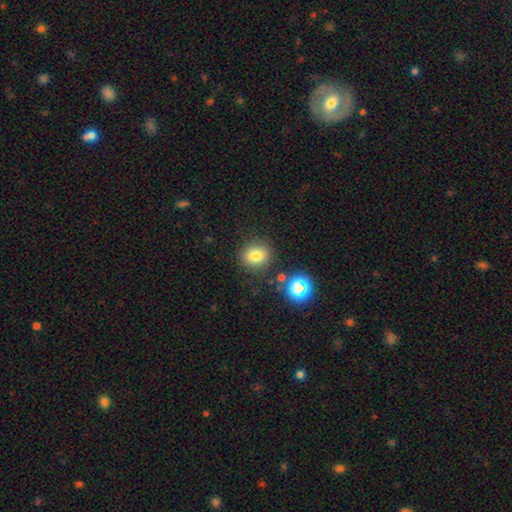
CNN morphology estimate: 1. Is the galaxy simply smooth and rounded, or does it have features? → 77% smooth, 15% star or artifact, 7% featured or disk.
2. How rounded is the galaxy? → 78% round, 21% in between, 1% cigar-shaped.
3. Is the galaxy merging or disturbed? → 82% none, 10% minor disturbance, 5% merger, 4% major disturbance.